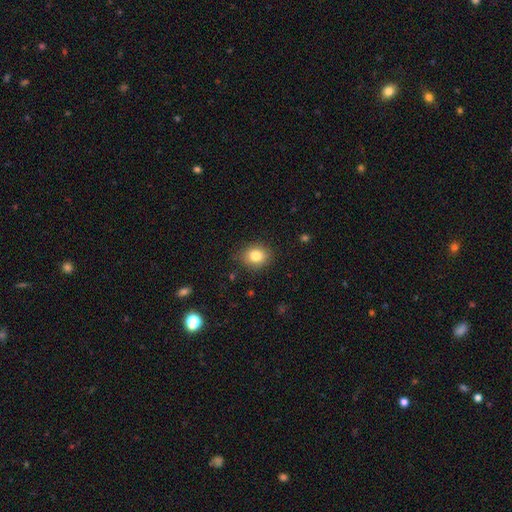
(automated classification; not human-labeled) smooth-or-featured: smooth: 82% | star or artifact: 11% | featured or disk: 8%
  how-rounded: round: 64% | in between: 35% | cigar-shaped: 1%
  merging: none: 84% | minor disturbance: 12% | major disturbance: 3% | merger: 1%